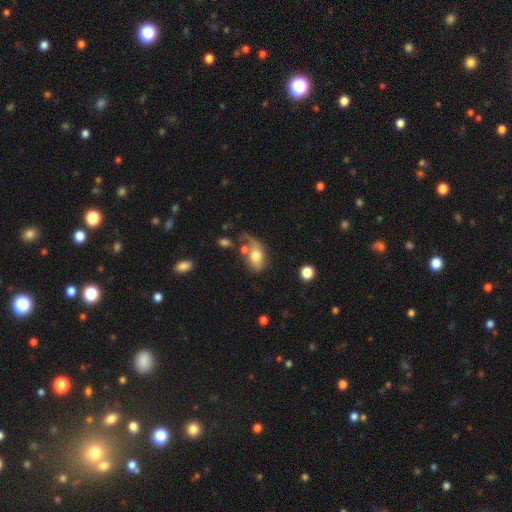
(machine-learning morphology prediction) Smooth or featured? Predicted: smooth (p=0.64). How rounded? Predicted: in between (p=0.82). Merging? Predicted: major disturbance (p=0.30).